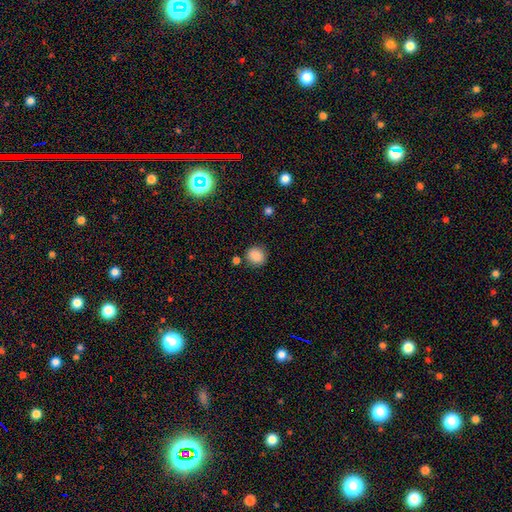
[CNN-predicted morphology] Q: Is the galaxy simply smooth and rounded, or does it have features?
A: smooth — 87%.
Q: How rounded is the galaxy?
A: round — 80%.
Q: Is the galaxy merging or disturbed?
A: none — 83%.